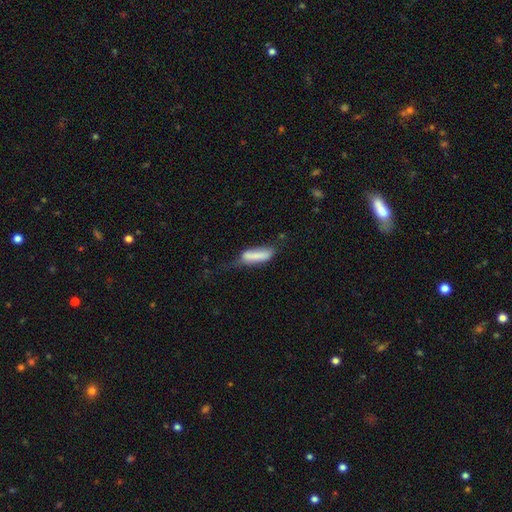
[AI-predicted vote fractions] The model was most divided on "merging": minor disturbance: 34%, none: 31%, major disturbance: 28%, merger: 7%. More confident: smooth or featured — smooth (75%); how rounded — cigar-shaped (57%).